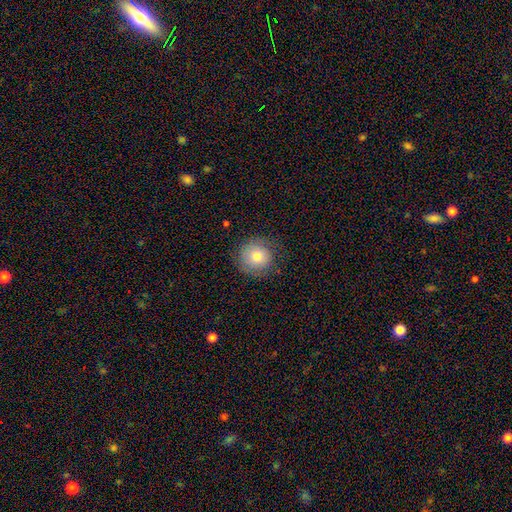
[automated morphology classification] Overall: smooth (75%). How rounded: round (93%). Merging: none (80%).